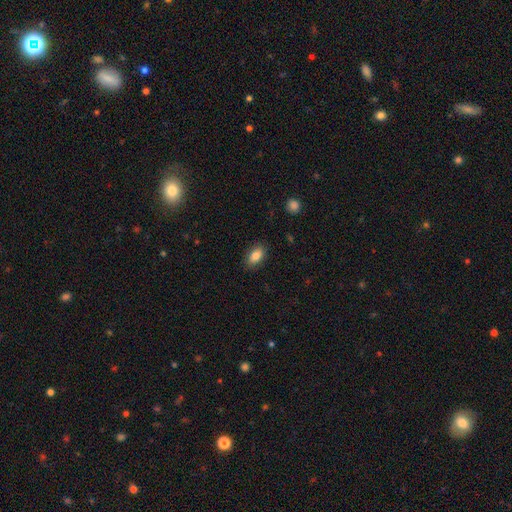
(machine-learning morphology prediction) Smooth or featured? smooth (84%)
How rounded? in between (90%)
Merging? none (85%)